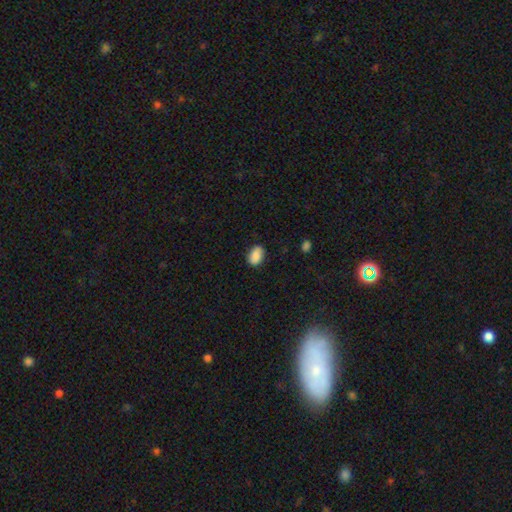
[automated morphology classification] A smooth galaxy with no disk features (88%) that is in between round and cigar-shaped (88%).

Vote fractions:
- Smooth or featured? smooth: 88% / star or artifact: 7% / featured or disk: 5%
- How rounded? in between: 88% / round: 10% / cigar-shaped: 1%
- Merging? none: 84% / minor disturbance: 12% / major disturbance: 3% / merger: 1%